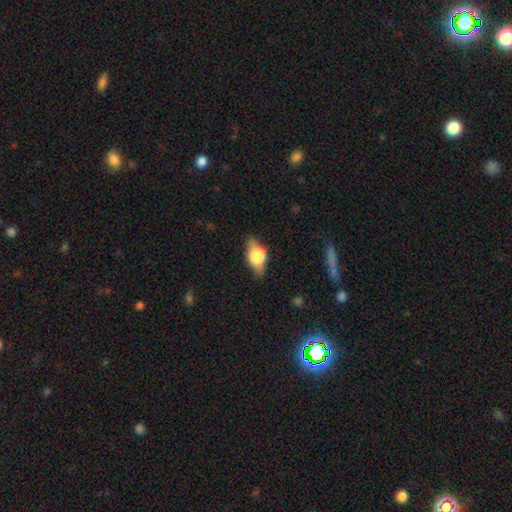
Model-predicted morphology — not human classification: This appears to be a smooth galaxy with no disk features (54%) that is in between round and cigar-shaped (79%). Merging: none (76%).